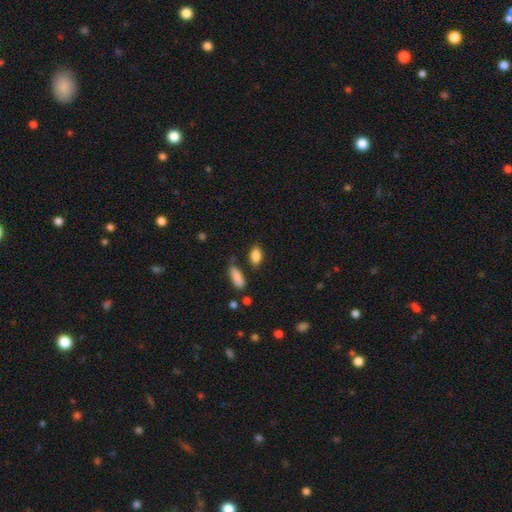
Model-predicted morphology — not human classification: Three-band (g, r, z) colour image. It shows a smooth galaxy with no disk features (87%) that is in between round and cigar-shaped (88%). Merging: none (77%).